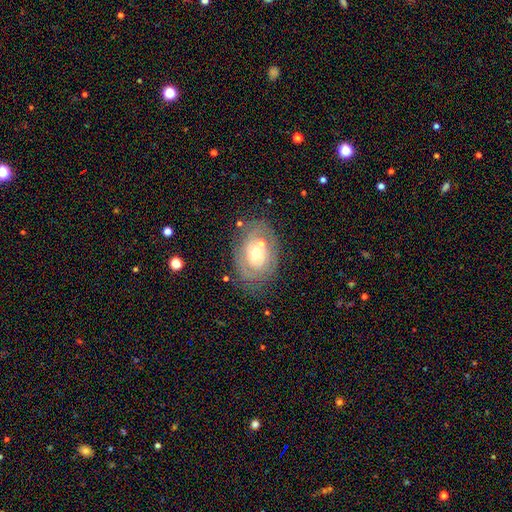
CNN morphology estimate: type=featured or disk (71%); edge-on=no (95%); bar=no (78%); spiral arms=yes (65%); bulge=moderate (62%); merging=none (65%).